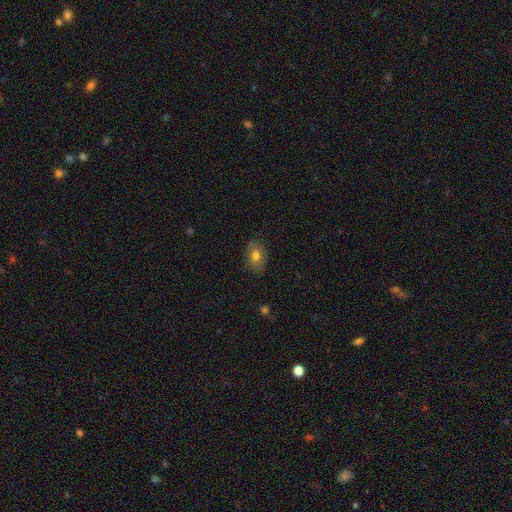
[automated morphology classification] Overall: smooth (75%). How rounded: in between (78%). Merging: none (83%).